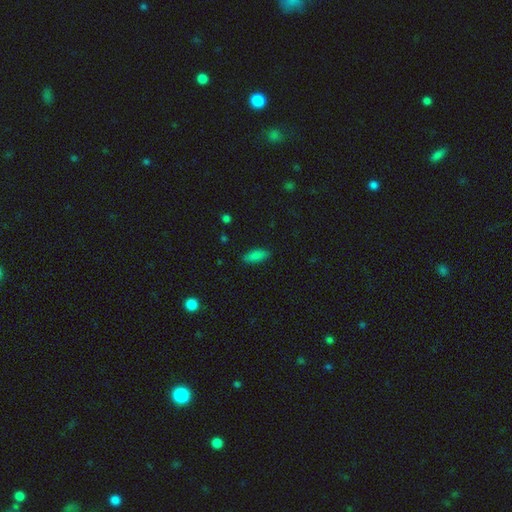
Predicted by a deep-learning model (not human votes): Q: Smooth or featured?
A: smooth (85%); runner-up: star or artifact (10%)
Q: How rounded?
A: in between (79%); runner-up: cigar-shaped (18%)
Q: Merging?
A: none (85%); runner-up: minor disturbance (12%)